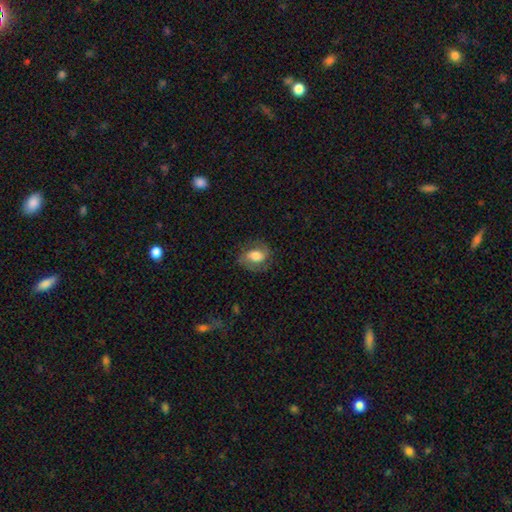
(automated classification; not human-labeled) Smooth or featured? smooth (50%)
How rounded? in between (68%)
Merging? none (71%)